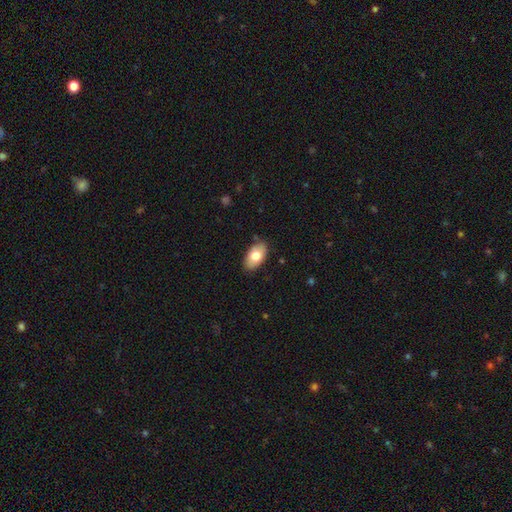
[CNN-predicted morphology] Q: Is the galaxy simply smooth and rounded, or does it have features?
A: smooth — 76%.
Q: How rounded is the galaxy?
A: in between — 94%.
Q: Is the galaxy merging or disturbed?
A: none — 85%.